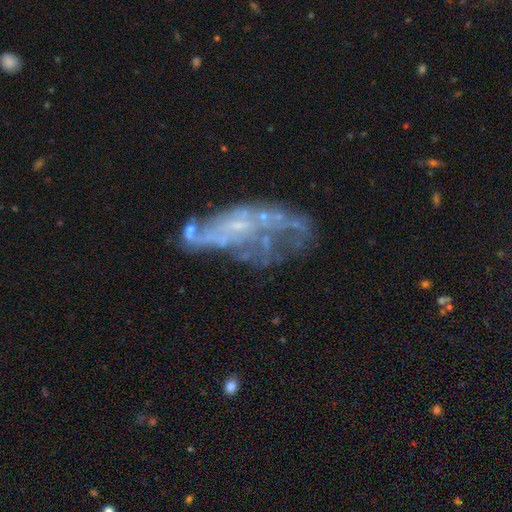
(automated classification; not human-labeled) Smooth or featured? featured or disk (67%)
Edge-on disk? no (91%)
Bar? no (83%)
Spiral arms? no (66%)
Bulge size? none (49%)
Merging? none (39%)